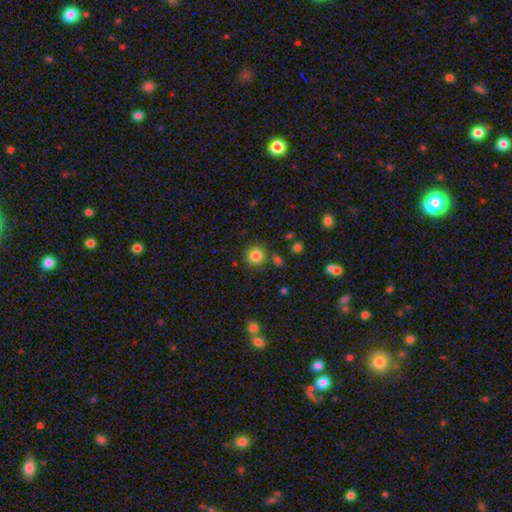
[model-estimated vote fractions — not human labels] Morphology: type=smooth (84%); roundness=round (90%); merging=none (81%).